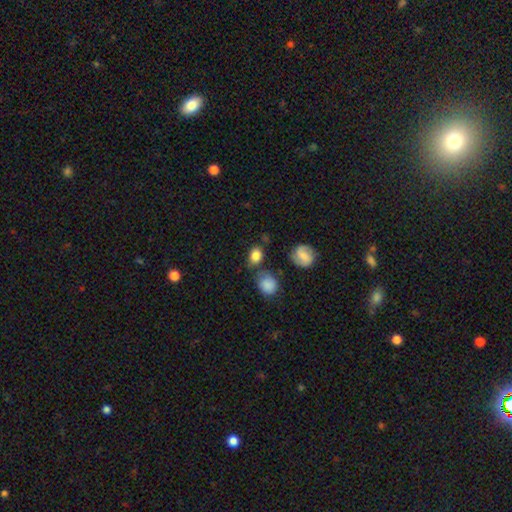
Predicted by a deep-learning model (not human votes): This is clearly a smooth galaxy (82%). How rounded: possibly in between (56%). Merging: likely none (66%).